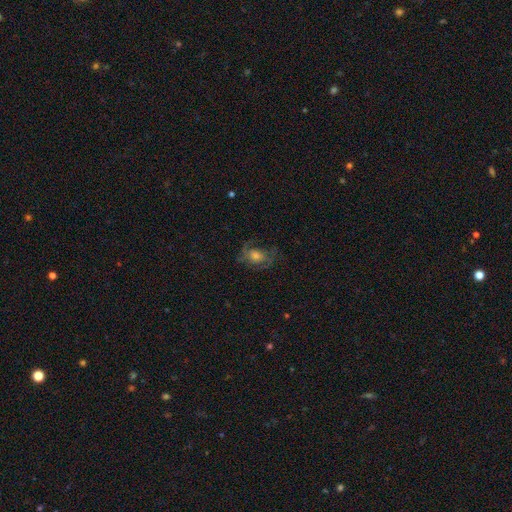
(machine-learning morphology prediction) featured or disk 61%, smooth 24%, star or artifact 14%. Down the decision tree: edge-on disk — no (96%); bar — no (74%); spiral arms — yes (80%); bulge size — moderate (49%); merging — none (62%).